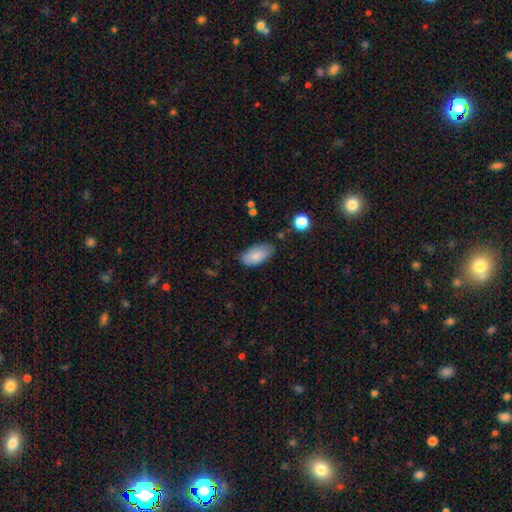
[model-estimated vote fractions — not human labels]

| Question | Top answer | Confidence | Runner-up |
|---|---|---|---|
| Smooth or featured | smooth | 83% | featured or disk (10%) |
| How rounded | in between | 93% | cigar-shaped (5%) |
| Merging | none | 70% | minor disturbance (23%) |